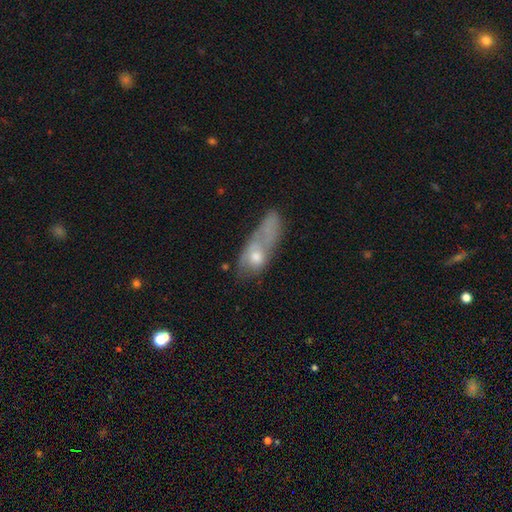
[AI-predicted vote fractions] This appears to be a smooth galaxy with no disk features (52%) that is in between round and cigar-shaped (52%). Merging: major disturbance (30%).